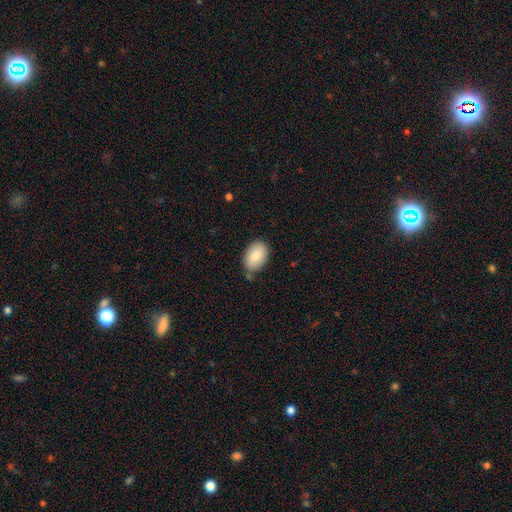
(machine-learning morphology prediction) Smooth or featured? smooth (85%)
How rounded? in between (89%)
Merging? none (73%)